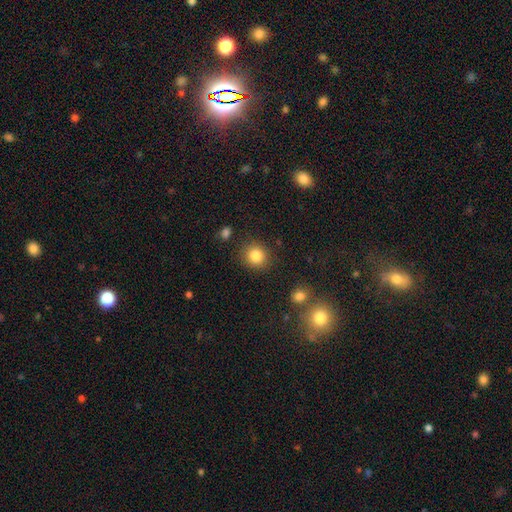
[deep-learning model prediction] Smooth or featured: smooth — 84% (star or artifact — 10%)
How rounded: round — 87% (in between — 12%)
Merging: none — 87% (minor disturbance — 8%)